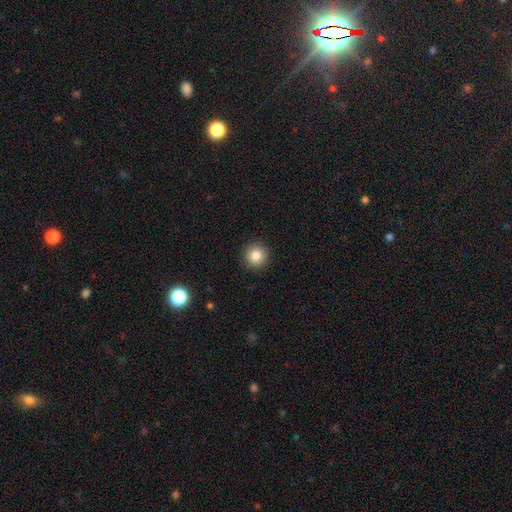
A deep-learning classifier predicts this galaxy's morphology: This is clearly a smooth galaxy (83%). How rounded: clearly round (95%). Merging: clearly none (92%).